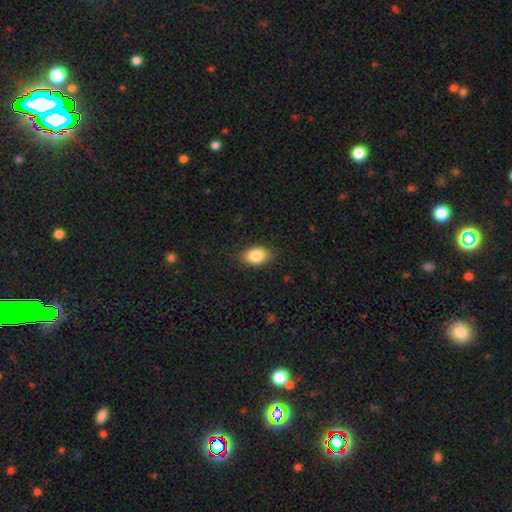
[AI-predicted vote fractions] Smooth or featured? Predicted: smooth (p=0.84). How rounded? Predicted: in between (p=0.85). Merging? Predicted: none (p=0.86).